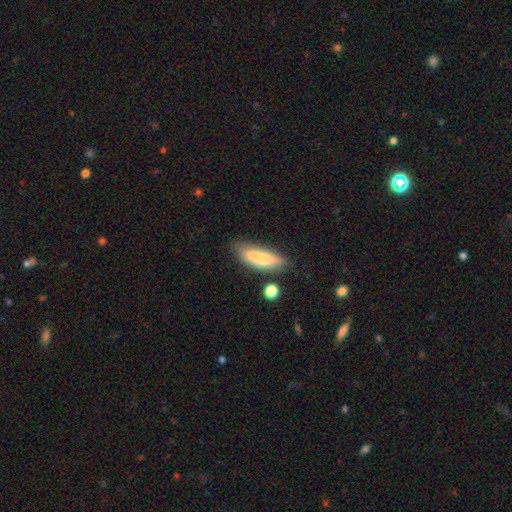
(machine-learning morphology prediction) A smooth galaxy with no disk features (69%) that is in between round and cigar-shaped (54%). Merging: none (57%).